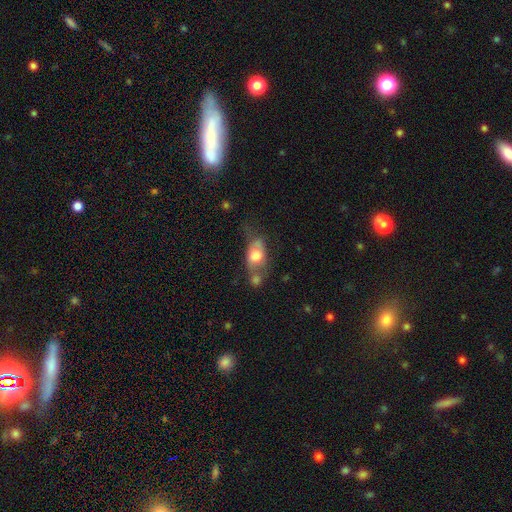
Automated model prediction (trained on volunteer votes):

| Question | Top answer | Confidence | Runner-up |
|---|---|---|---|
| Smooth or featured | smooth | 63% | featured or disk (29%) |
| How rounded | in between | 75% | round (18%) |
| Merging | merger | 32% | none (29%) |